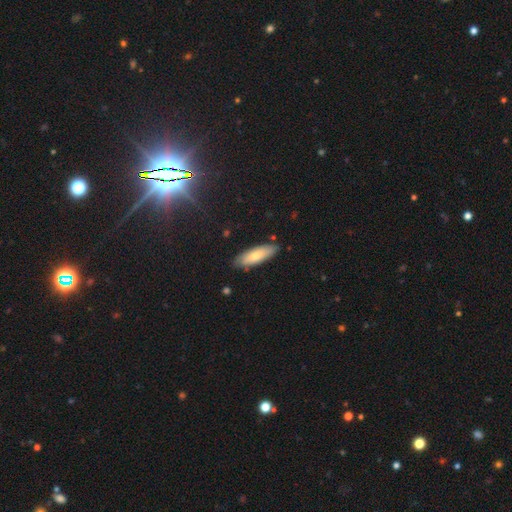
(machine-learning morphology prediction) Smooth or featured? Predicted: smooth (p=0.72). How rounded? Predicted: in between (p=0.54). Merging? Predicted: none (p=0.83).